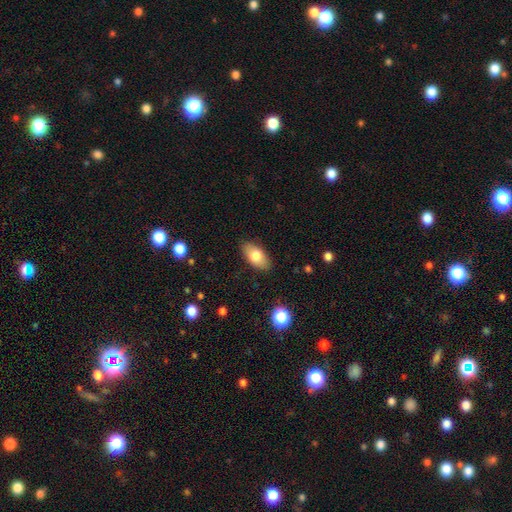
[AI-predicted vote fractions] smooth 78%, featured or disk 15%, star or artifact 7%. Down the decision tree: how rounded — in between (92%); merging — none (86%).